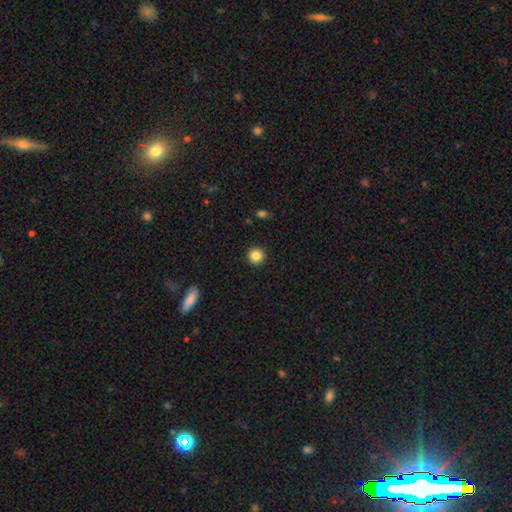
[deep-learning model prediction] smooth-or-featured: smooth: 85% | star or artifact: 10% | featured or disk: 4%
  how-rounded: round: 95% | in between: 4% | cigar-shaped: 1%
  merging: none: 93% | minor disturbance: 5% | major disturbance: 2% | merger: 1%